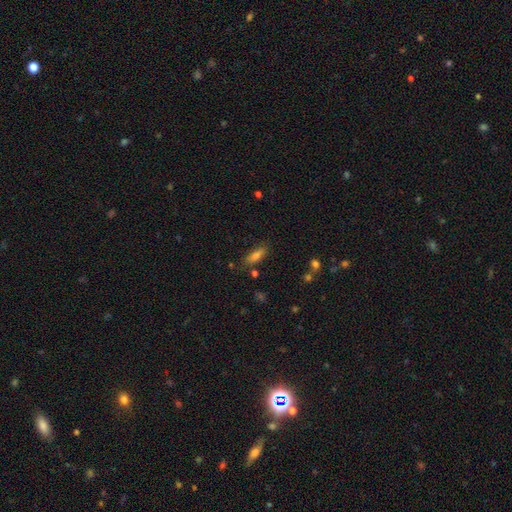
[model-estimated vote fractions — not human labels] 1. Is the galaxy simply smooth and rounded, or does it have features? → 73% smooth, 15% featured or disk, 13% star or artifact.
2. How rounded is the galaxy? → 60% in between, 37% cigar-shaped, 3% round.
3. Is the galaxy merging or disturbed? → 77% none, 15% minor disturbance, 4% major disturbance, 4% merger.